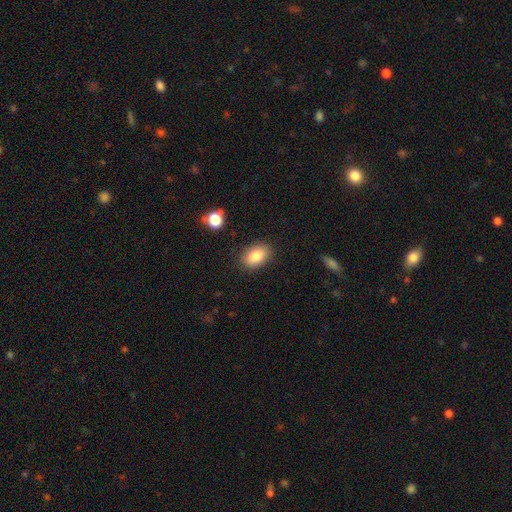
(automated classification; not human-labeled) smooth-or-featured: smooth: 84% | star or artifact: 8% | featured or disk: 7%
  how-rounded: in between: 87% | round: 12% | cigar-shaped: 1%
  merging: none: 86% | minor disturbance: 10% | major disturbance: 3% | merger: 2%